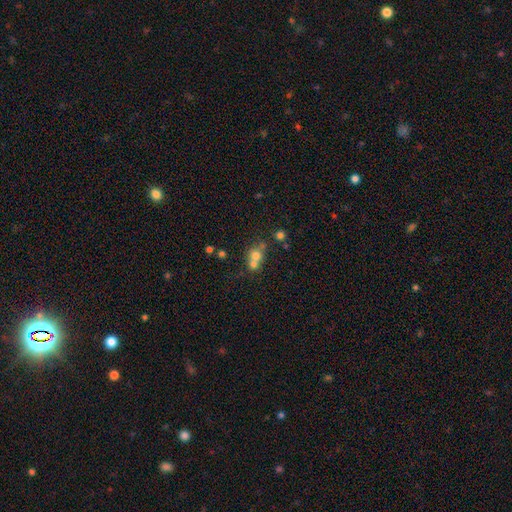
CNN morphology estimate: This appears to be a smooth galaxy with no disk features (68%) that is round (79%). Merging: merger (58%).